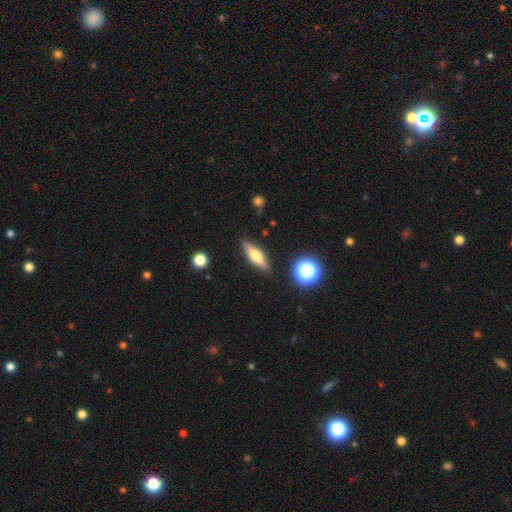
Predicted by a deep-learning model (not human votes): The model was most divided on "how rounded": cigar-shaped: 53%, in between: 43%, round: 4%. More confident: merging — none (86%); smooth or featured — smooth (51%).